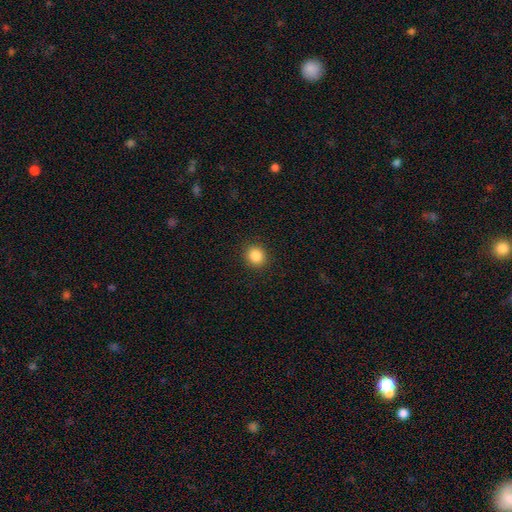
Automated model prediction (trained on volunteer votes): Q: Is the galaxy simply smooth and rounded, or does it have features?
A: smooth — 86%.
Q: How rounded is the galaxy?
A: round — 82%.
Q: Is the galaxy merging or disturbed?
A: none — 91%.